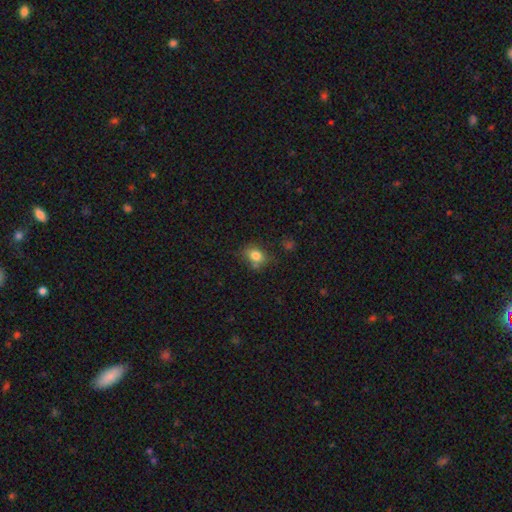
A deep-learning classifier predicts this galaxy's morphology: Overall: smooth (81%). How rounded: in between (60%; round 39%). Merging: none (64%).